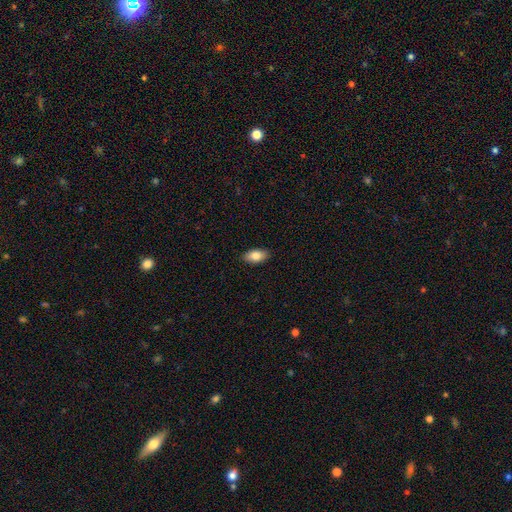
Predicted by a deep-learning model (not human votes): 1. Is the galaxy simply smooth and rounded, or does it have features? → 83% smooth, 11% featured or disk, 7% star or artifact.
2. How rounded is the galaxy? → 92% in between, 4% round, 4% cigar-shaped.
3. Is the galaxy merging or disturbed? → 89% none, 8% minor disturbance, 2% major disturbance, 1% merger.